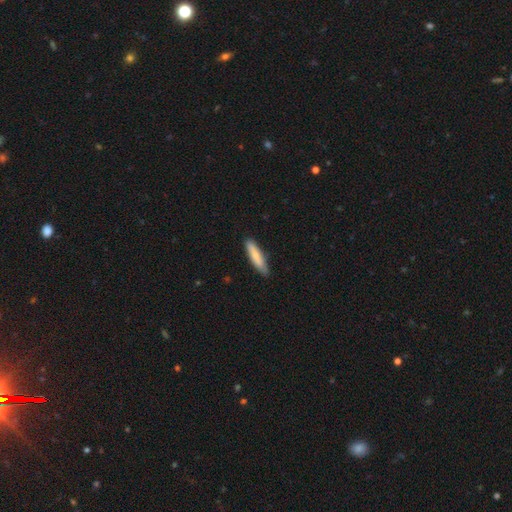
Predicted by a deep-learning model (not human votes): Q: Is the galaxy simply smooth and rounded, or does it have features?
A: smooth — 77%.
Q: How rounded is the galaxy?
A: cigar-shaped — 79%.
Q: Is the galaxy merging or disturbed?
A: none — 85%.